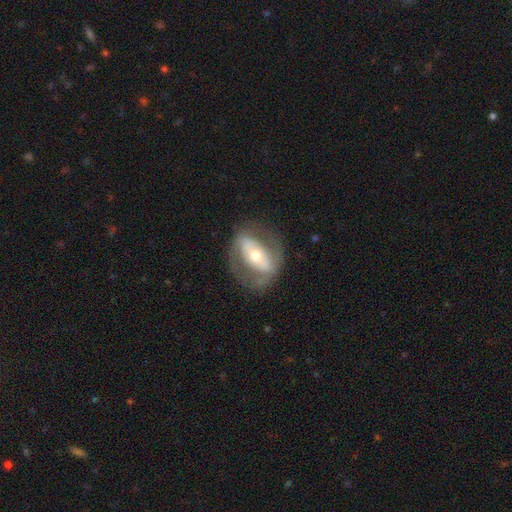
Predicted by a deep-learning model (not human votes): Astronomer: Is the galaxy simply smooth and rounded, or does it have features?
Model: featured or disk — 68%.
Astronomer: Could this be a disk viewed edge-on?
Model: no — 89%.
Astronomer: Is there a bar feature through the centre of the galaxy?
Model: strong — 52% (runner-up: no, 27%).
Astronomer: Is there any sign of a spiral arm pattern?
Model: no — 57% (runner-up: yes, 43%).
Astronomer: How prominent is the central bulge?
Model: moderate — 54% (runner-up: small, 37%).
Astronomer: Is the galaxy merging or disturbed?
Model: none — 69%.